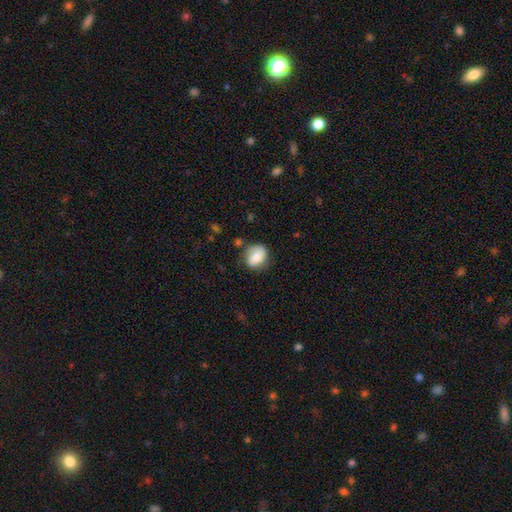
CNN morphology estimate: This appears to be a smooth galaxy with no disk features (70%) that is round (53%). Merging: none (62%).